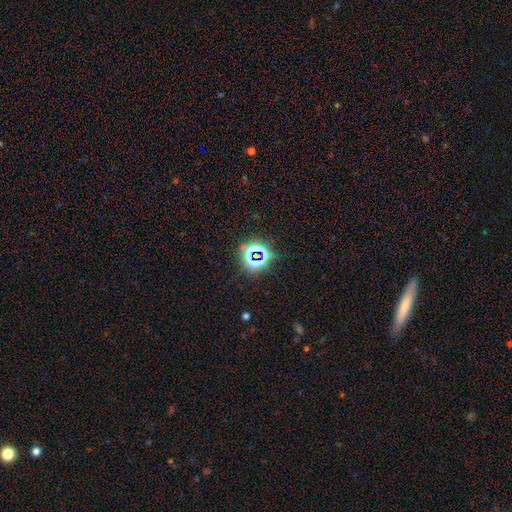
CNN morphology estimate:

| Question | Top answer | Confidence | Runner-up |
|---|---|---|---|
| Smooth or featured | star or artifact | 74% | smooth (17%) |